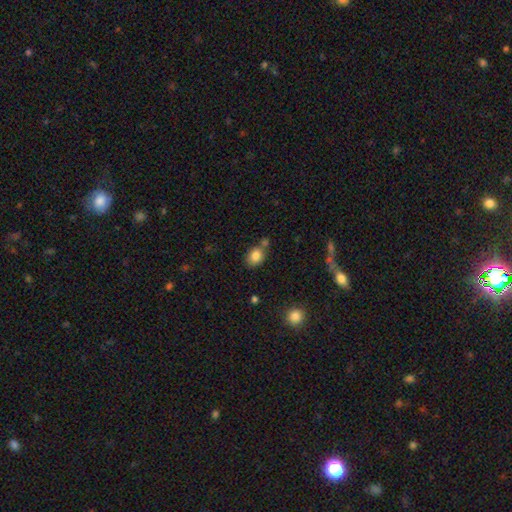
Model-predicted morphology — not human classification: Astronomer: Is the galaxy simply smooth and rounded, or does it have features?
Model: smooth — 83%.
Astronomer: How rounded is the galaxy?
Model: in between — 54% (runner-up: round, 45%).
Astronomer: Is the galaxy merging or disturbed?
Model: none — 61%.